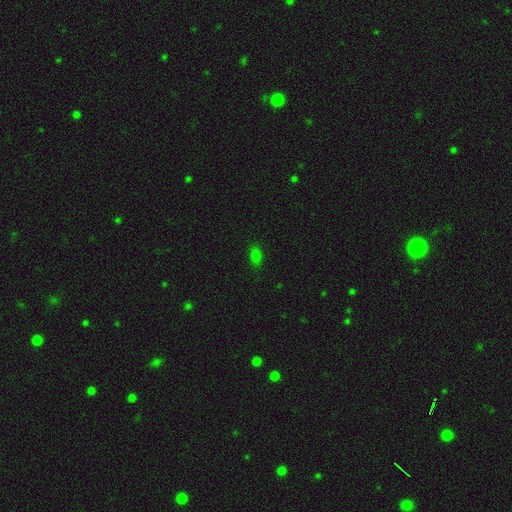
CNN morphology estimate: A smooth galaxy with no disk features (77%) that is in between round and cigar-shaped (83%). Merging: none (84%).